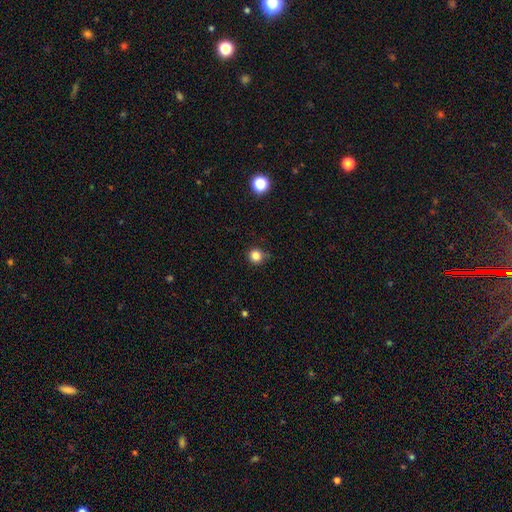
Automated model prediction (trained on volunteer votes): Morphology: type=smooth (83%); roundness=round (92%); merging=none (82%).